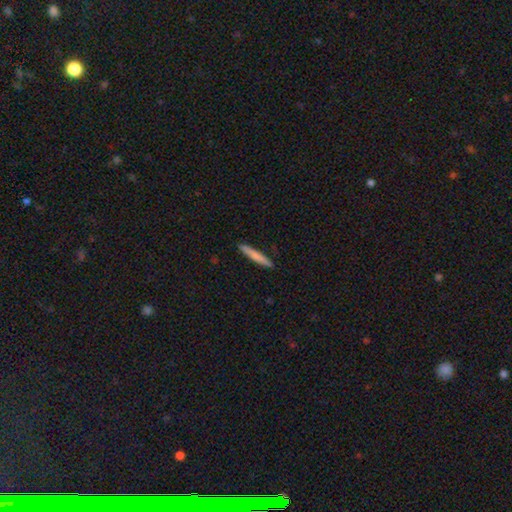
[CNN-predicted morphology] smooth-or-featured: smooth: 74% | featured or disk: 21% | star or artifact: 5%
  how-rounded: cigar-shaped: 96% | in between: 3% | round: 1%
  merging: none: 91% | minor disturbance: 6% | major disturbance: 1% | merger: 1%